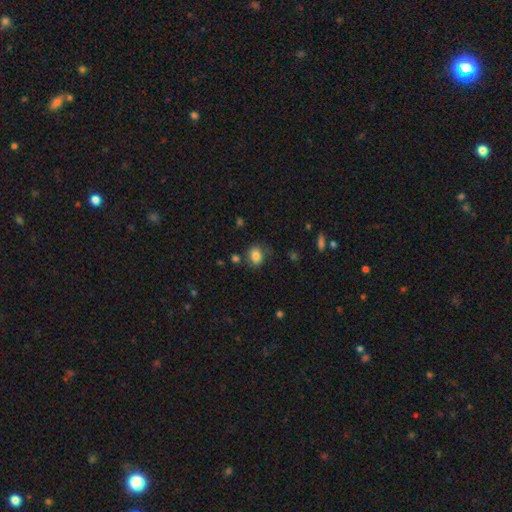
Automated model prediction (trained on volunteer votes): This appears to be a smooth galaxy with no disk features (82%) that is in between round and cigar-shaped (52%). Merging: none (70%).